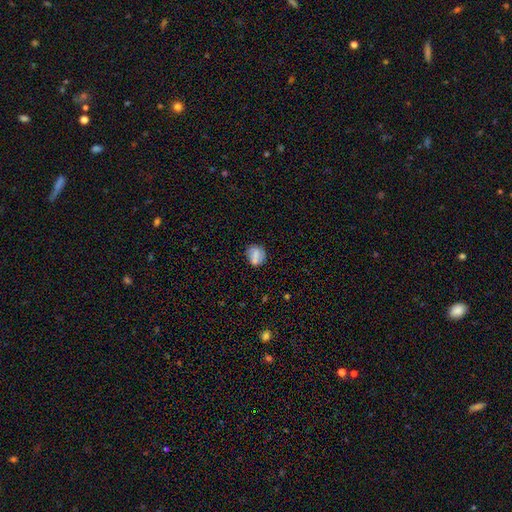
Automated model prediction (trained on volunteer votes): This is likely a smooth galaxy (64%). How rounded: likely round (69%). Merging: likely none (66%).